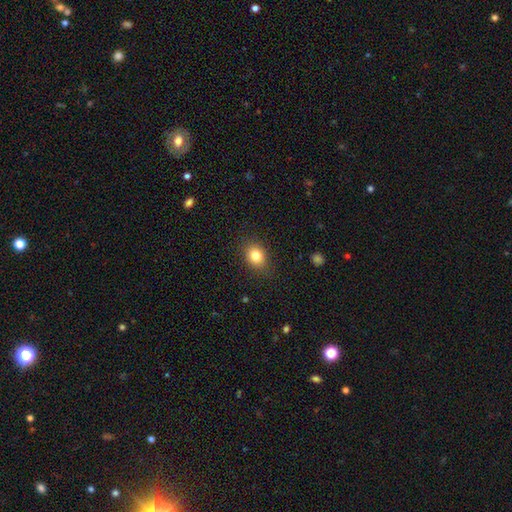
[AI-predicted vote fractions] Smooth or featured? smooth (82%)
How rounded? in between (51%)
Merging? none (83%)